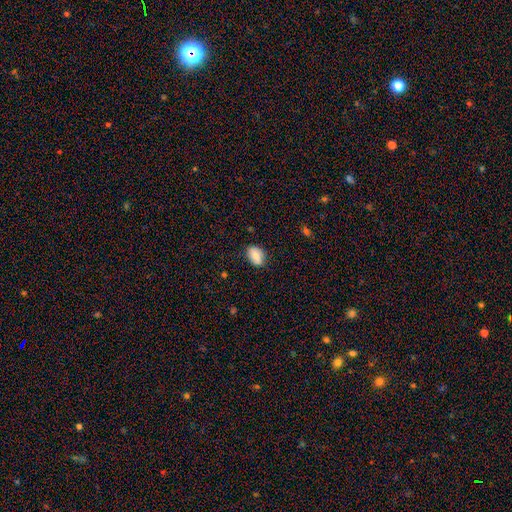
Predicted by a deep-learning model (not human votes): Smooth or featured? Predicted: smooth (p=0.76). How rounded? Predicted: in between (p=0.77). Merging? Predicted: none (p=0.80).